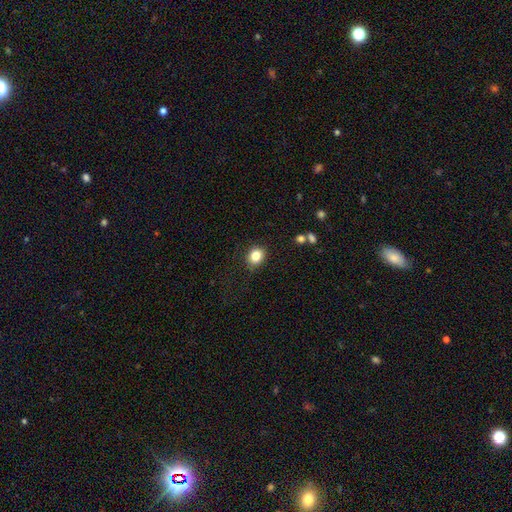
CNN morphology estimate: smooth-or-featured: smooth: 84% | star or artifact: 10% | featured or disk: 6%
  how-rounded: round: 60% | in between: 39% | cigar-shaped: 1%
  merging: none: 83% | minor disturbance: 12% | major disturbance: 3% | merger: 2%